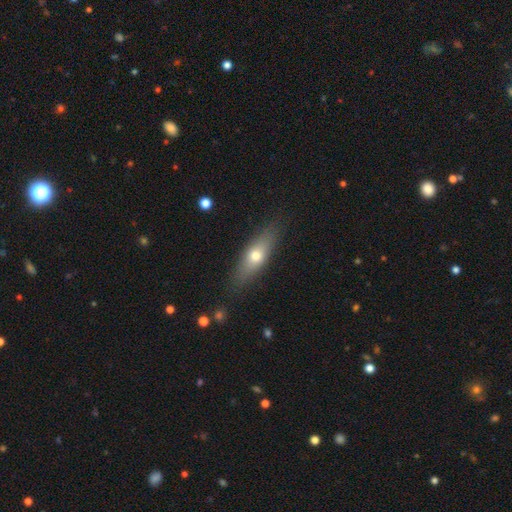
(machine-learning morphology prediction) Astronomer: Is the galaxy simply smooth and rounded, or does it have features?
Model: smooth — 63%.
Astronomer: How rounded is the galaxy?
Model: in between — 53% (runner-up: cigar-shaped, 43%).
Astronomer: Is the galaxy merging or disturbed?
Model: none — 83%.